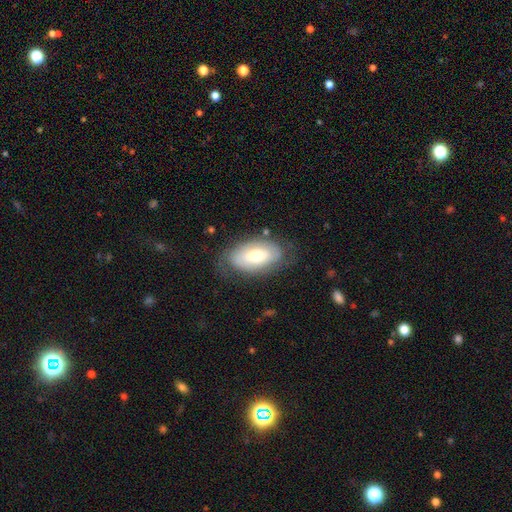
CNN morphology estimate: Overall: smooth (57%; featured or disk 37%). How rounded: in between (93%). Merging: none (68%).